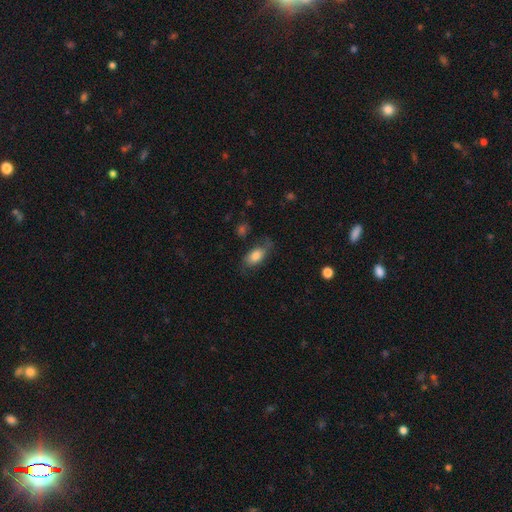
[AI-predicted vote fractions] Smooth or featured? smooth (72%)
How rounded? in between (89%)
Merging? none (59%)